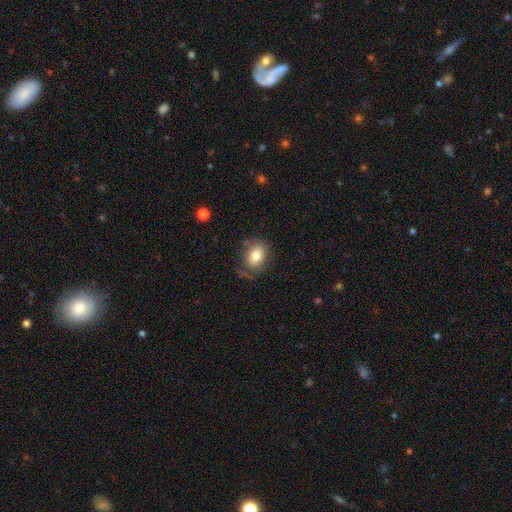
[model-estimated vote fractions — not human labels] A smooth galaxy with no disk features (78%) that is in between round and cigar-shaped (64%). Merging: none (68%).